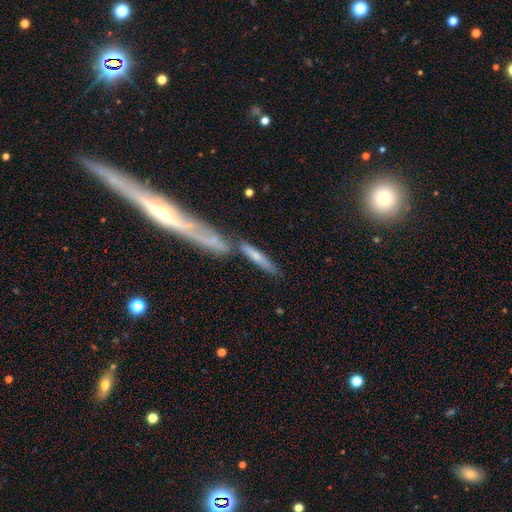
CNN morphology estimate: smooth 58%, featured or disk 35%, star or artifact 7%. Down the decision tree: how rounded — cigar-shaped (86%); merging — none (50%).